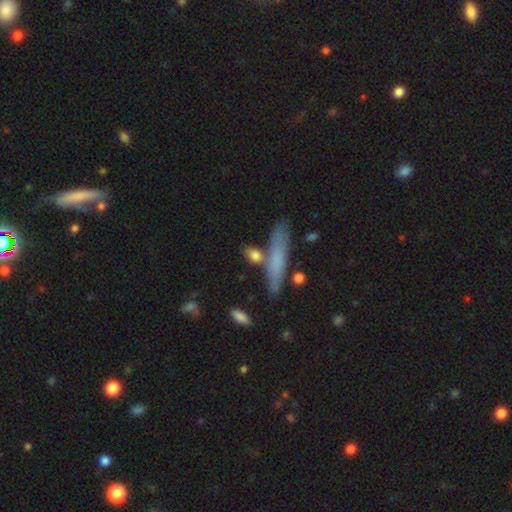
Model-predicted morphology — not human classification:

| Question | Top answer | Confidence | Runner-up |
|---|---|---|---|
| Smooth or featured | smooth | 73% | featured or disk (19%) |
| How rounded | cigar-shaped | 40% | in between (37%) |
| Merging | none | 64% | merger (17%) |